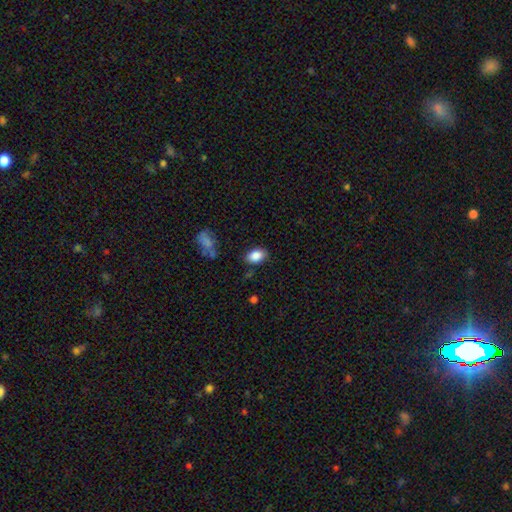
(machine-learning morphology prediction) smooth_or_featured: smooth (p=0.87) [alt: star or artifact p=0.08]
how_rounded: in between (p=0.86) [alt: round p=0.13]
merging: none (p=0.80) [alt: minor disturbance p=0.14]